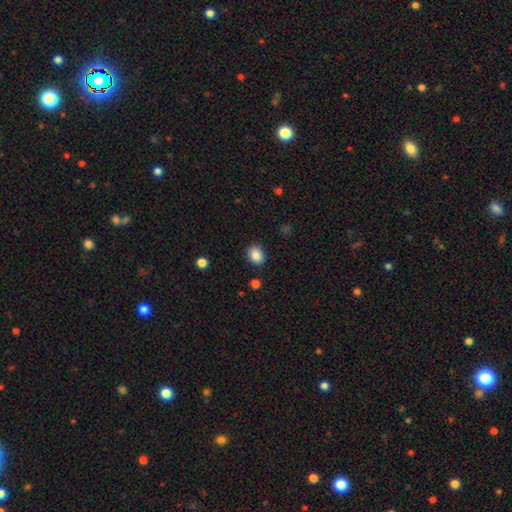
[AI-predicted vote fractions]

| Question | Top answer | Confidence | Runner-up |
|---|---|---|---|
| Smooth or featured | smooth | 86% | star or artifact (9%) |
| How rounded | in between | 52% | round (47%) |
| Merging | none | 85% | minor disturbance (10%) |